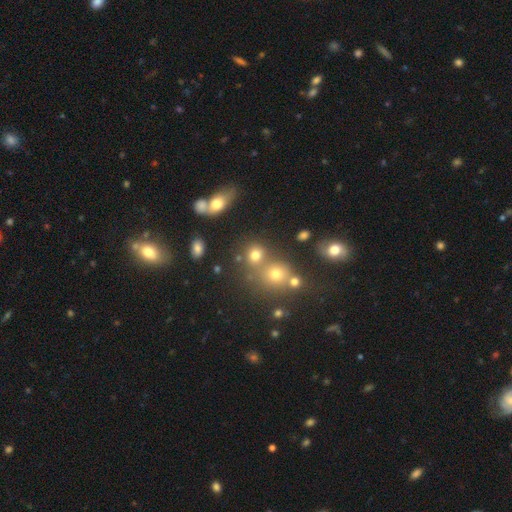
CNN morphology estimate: smooth_or_featured: smooth (p=0.53) [alt: star or artifact p=0.32]
how_rounded: round (p=0.77) [alt: in between p=0.21]
merging: none (p=0.51) [alt: merger p=0.34]